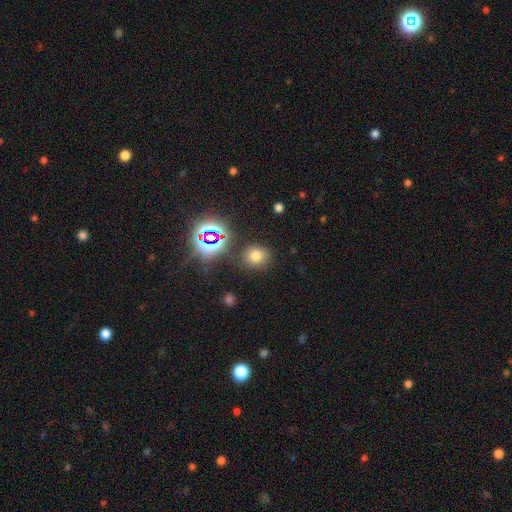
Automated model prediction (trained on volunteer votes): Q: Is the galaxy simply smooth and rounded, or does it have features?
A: smooth — 67%.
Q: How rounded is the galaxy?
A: round — 77%.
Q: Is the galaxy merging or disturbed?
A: none — 83%.